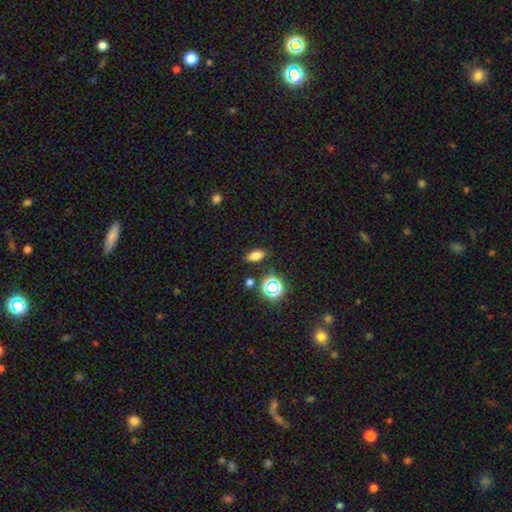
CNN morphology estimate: smooth 73%, star or artifact 19%, featured or disk 8%. Down the decision tree: how rounded — in between (79%); merging — none (85%).